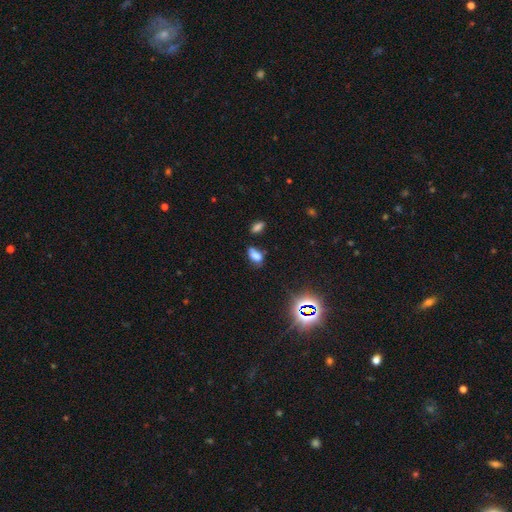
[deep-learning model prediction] This appears to be a smooth galaxy with no disk features (71%) that is in between round and cigar-shaped (89%). Merging: none (48%).